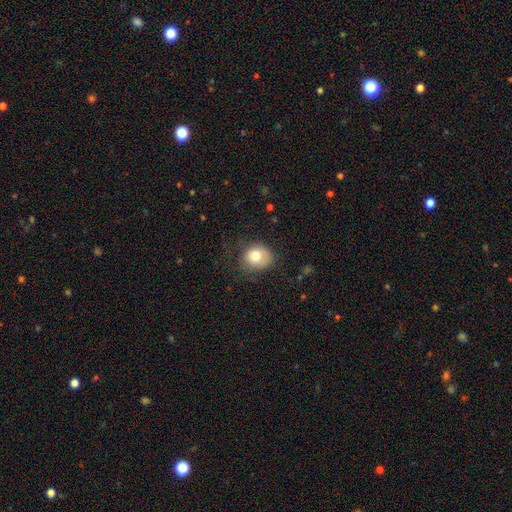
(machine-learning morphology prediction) Smooth or featured: smooth — 77% (featured or disk — 13%)
How rounded: round — 68% (in between — 31%)
Merging: none — 60% (minor disturbance — 25%)